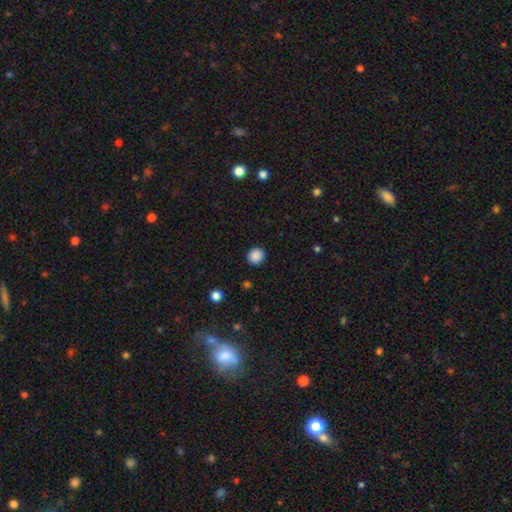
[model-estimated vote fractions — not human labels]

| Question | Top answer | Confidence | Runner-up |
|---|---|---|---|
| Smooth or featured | smooth | 88% | star or artifact (9%) |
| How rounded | round | 88% | in between (12%) |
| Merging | none | 91% | minor disturbance (6%) |